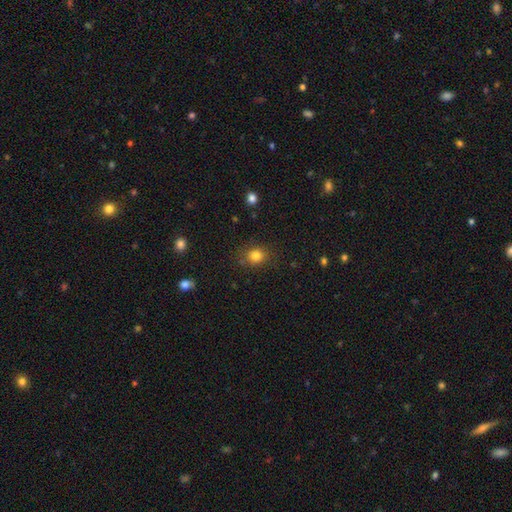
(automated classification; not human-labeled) Smooth or featured? Predicted: smooth (p=0.82). How rounded? Predicted: round (p=0.72). Merging? Predicted: none (p=0.84).